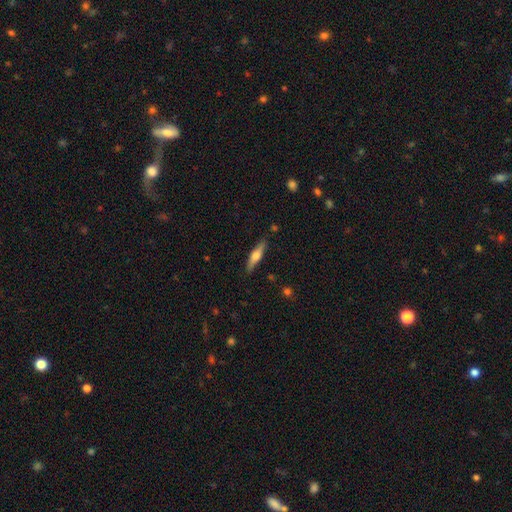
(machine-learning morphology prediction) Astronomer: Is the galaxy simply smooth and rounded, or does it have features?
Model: featured or disk — 50% (runner-up: smooth, 44%).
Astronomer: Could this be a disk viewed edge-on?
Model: yes — 94%.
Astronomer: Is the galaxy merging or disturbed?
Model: none — 87%.